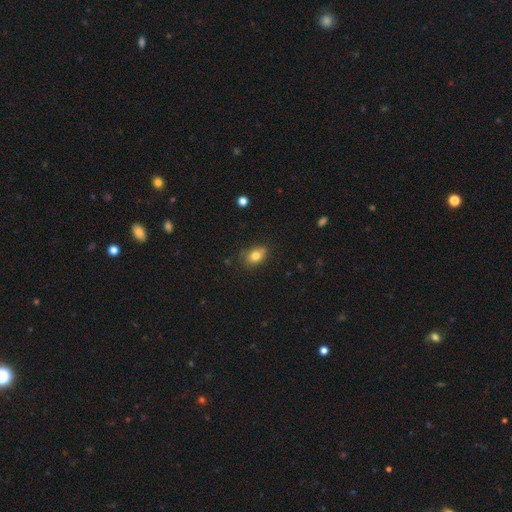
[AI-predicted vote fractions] smooth-or-featured: smooth: 81% | star or artifact: 10% | featured or disk: 9%
  how-rounded: in between: 68% | round: 31% | cigar-shaped: 1%
  merging: none: 70% | minor disturbance: 23% | major disturbance: 4% | merger: 3%